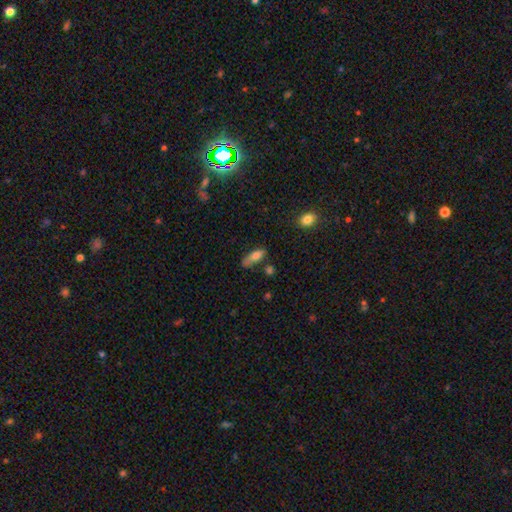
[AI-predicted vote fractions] smooth-or-featured: smooth: 74% | featured or disk: 18% | star or artifact: 8%
  how-rounded: in between: 64% | cigar-shaped: 33% | round: 3%
  merging: none: 54% | minor disturbance: 30% | major disturbance: 10% | merger: 6%